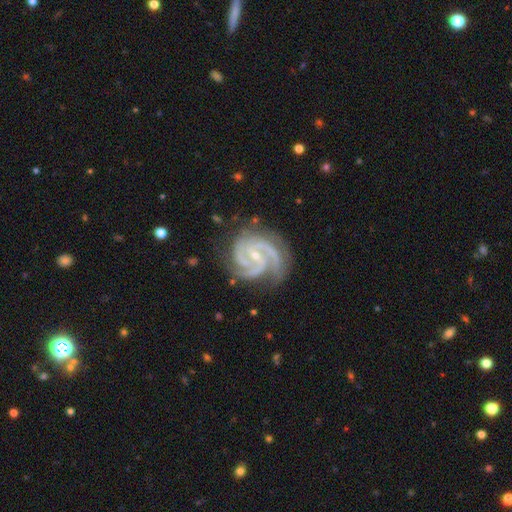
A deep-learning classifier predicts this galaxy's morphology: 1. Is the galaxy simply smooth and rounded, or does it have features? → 93% featured or disk, 4% star or artifact, 3% smooth.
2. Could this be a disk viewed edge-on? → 98% no, 2% yes.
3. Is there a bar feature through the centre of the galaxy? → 45% no, 38% weak, 17% strong.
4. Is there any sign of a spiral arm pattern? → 99% yes, 1% no.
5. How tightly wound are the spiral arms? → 54% tight, 42% medium, 4% loose.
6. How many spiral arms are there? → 64% 3, 16% 2, 8% 4, 5% can't tell, 3% 1, 3% more than 4.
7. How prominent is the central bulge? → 76% small, 21% moderate, 2% none, 1% large, 1% dominant.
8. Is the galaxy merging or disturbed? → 73% none, 19% minor disturbance, 6% major disturbance, 2% merger.